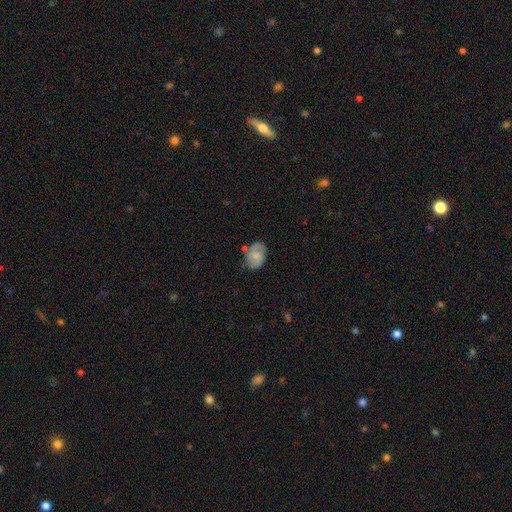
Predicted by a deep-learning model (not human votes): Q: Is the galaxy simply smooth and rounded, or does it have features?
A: featured or disk — 46%, tied with smooth.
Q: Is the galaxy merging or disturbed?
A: none — 65%.